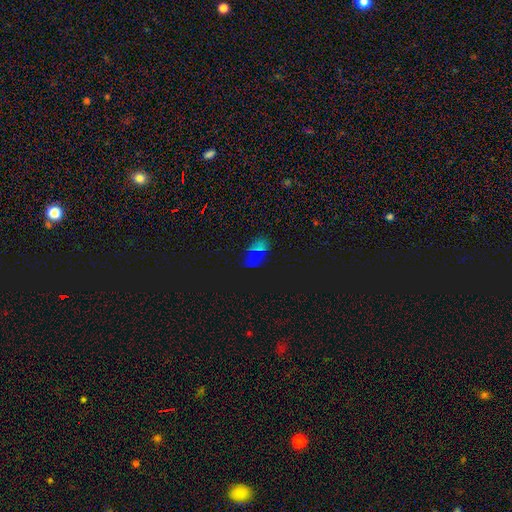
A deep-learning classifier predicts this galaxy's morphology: Q: Smooth or featured?
A: smooth (46%); runner-up: star or artifact (44%)
Q: Merging?
A: none (74%); runner-up: minor disturbance (16%)